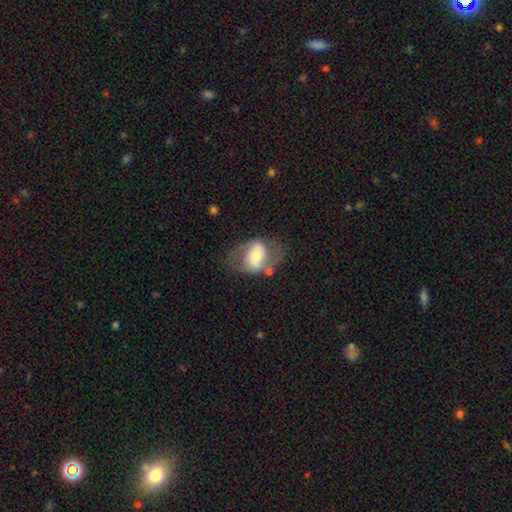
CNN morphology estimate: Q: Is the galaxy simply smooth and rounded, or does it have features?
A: featured or disk — 55%.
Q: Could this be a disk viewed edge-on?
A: no — 94%.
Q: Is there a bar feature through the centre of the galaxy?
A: no — 41%.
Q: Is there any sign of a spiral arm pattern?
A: yes — 57%.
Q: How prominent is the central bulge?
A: moderate — 58%.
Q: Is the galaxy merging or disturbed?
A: none — 58%.